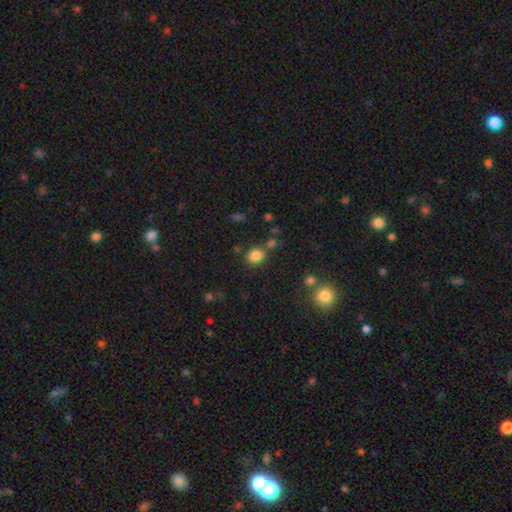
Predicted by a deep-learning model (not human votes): smooth 83%, star or artifact 12%, featured or disk 5%. Down the decision tree: how rounded — round (73%); merging — none (75%).